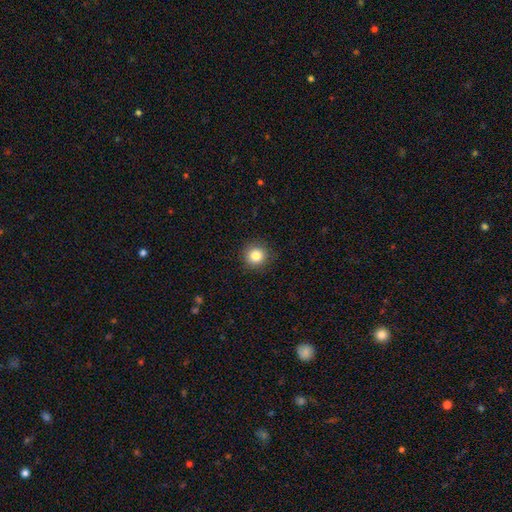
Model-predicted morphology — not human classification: This appears to be a smooth galaxy with no disk features (84%) that is round (93%). Merging: none (89%).